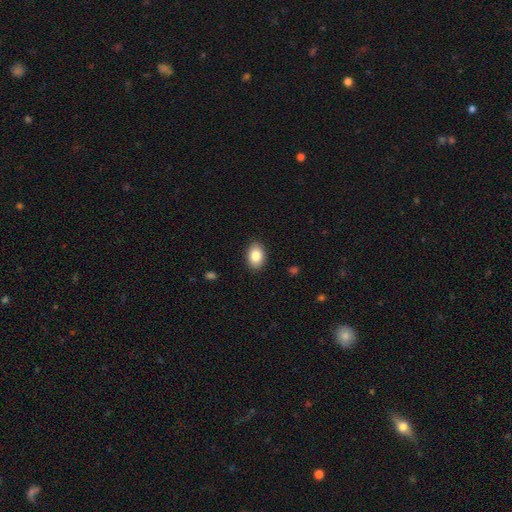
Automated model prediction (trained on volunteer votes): This is clearly a smooth galaxy (85%). How rounded: clearly in between (85%). Merging: clearly none (89%).